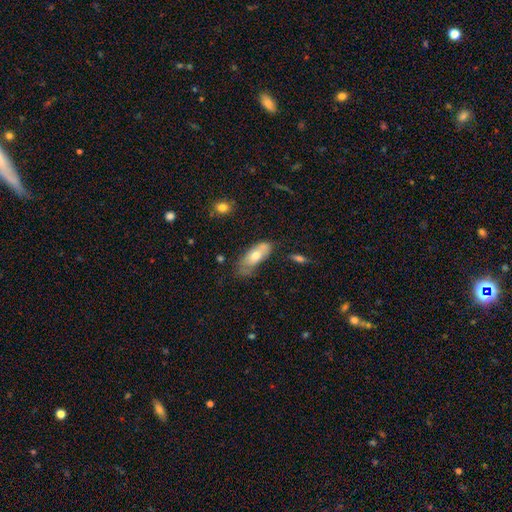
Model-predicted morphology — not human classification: Smooth or featured: smooth — 62% (featured or disk — 31%)
How rounded: in between — 77% (cigar-shaped — 20%)
Merging: none — 47% (minor disturbance — 33%)